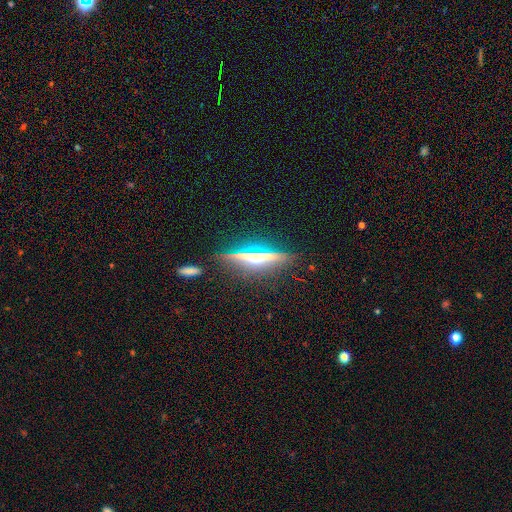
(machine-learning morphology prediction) type=featured or disk (68%); edge-on=yes (94%); edge-on bulge=rounded (90%); merging=none (86%).